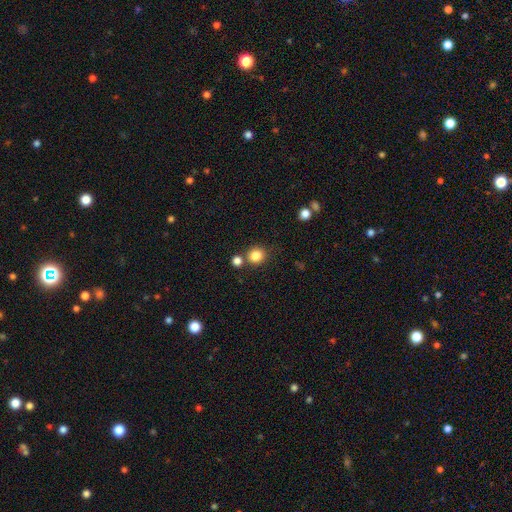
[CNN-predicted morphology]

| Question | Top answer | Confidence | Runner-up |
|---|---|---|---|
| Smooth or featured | smooth | 84% | star or artifact (11%) |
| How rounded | round | 88% | in between (11%) |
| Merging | none | 74% | merger (14%) |